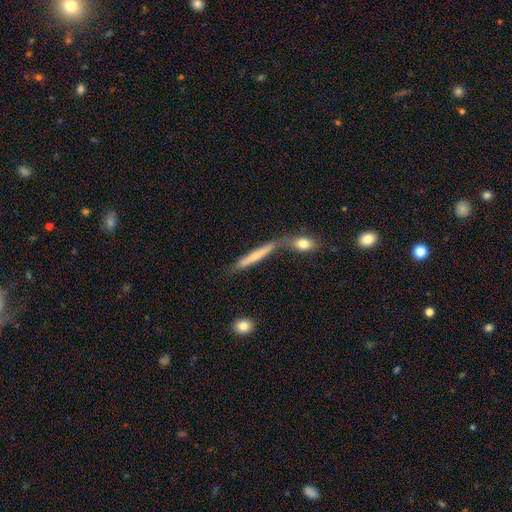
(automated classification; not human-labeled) smooth 53%, featured or disk 40%, star or artifact 7%. Down the decision tree: how rounded — cigar-shaped (88%); merging — none (50%).